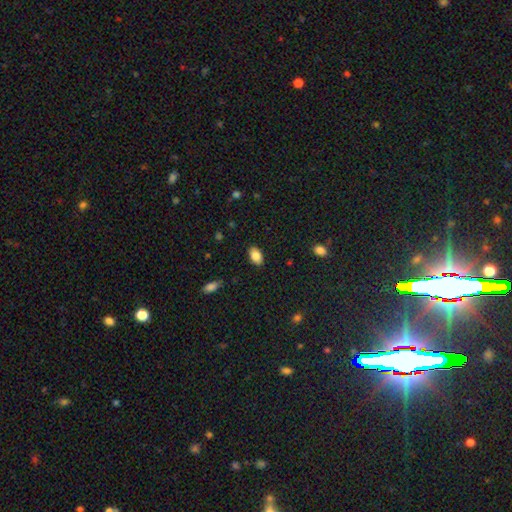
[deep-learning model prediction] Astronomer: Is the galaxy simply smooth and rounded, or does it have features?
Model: smooth — 87%.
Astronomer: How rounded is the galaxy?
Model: in between — 91%.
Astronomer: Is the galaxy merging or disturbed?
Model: none — 88%.